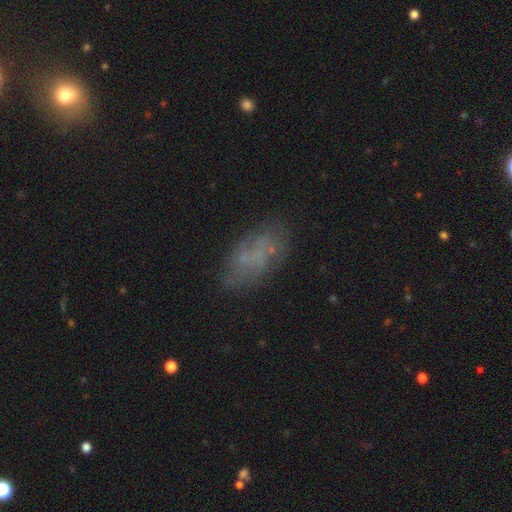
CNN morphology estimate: smooth_or_featured: smooth (p=0.50) [alt: featured or disk p=0.33]
how_rounded: in between (p=0.87) [alt: cigar-shaped p=0.08]
merging: none (p=0.67) [alt: minor disturbance p=0.18]